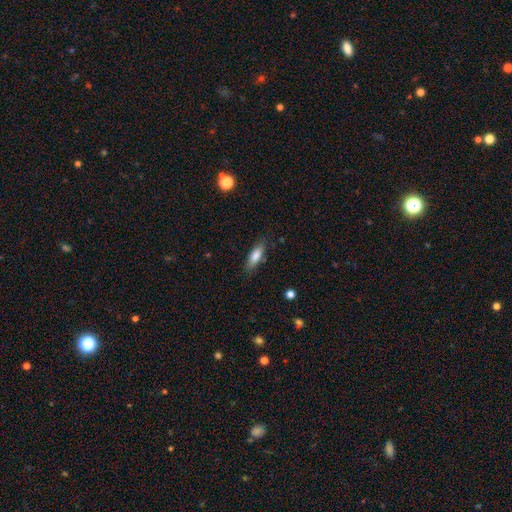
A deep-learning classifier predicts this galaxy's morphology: A smooth galaxy with no disk features (80%) that is in between round and cigar-shaped (54%).

Vote fractions:
- Smooth or featured? smooth: 80% / featured or disk: 13% / star or artifact: 7%
- How rounded? in between: 54% / cigar-shaped: 44% / round: 2%
- Merging? none: 82% / minor disturbance: 13% / major disturbance: 3% / merger: 2%